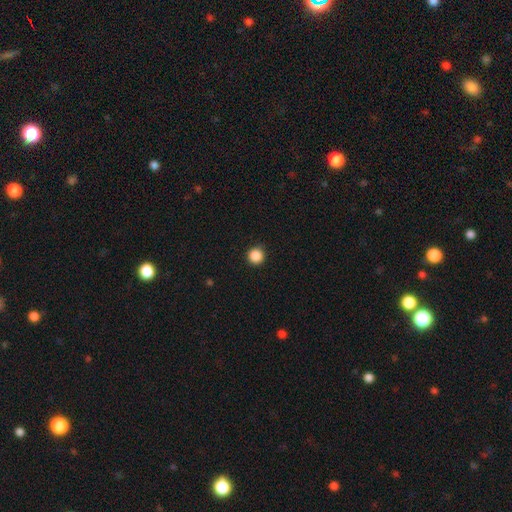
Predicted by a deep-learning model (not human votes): A smooth galaxy with no disk features (87%) that is round (96%).

Vote fractions:
- Smooth or featured? smooth: 87% / star or artifact: 11% / featured or disk: 3%
- How rounded? round: 96% / in between: 3% / cigar-shaped: 1%
- Merging? none: 91% / minor disturbance: 6% / major disturbance: 2% / merger: 1%